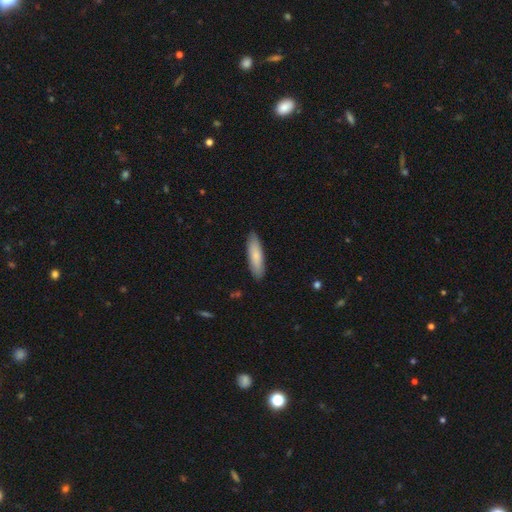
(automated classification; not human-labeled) smooth_or_featured: smooth (p=0.80) [alt: featured or disk p=0.15]
how_rounded: cigar-shaped (p=0.58) [alt: in between p=0.40]
merging: none (p=0.89) [alt: minor disturbance p=0.09]